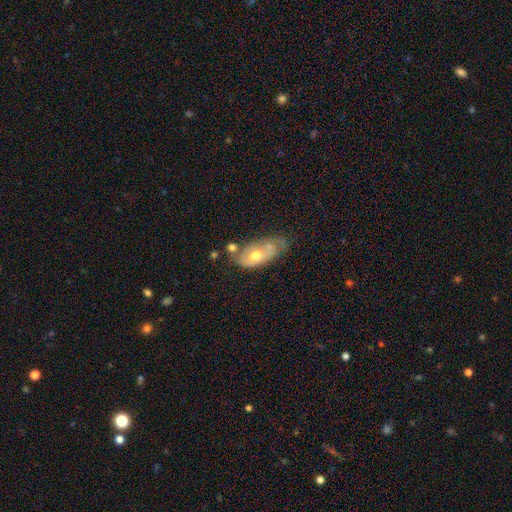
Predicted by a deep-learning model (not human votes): The model was most divided on "merging": none: 36%, minor disturbance: 32%, major disturbance: 17%, merger: 16%. More confident: edge-on disk — no (89%); smooth or featured — featured or disk (54%).